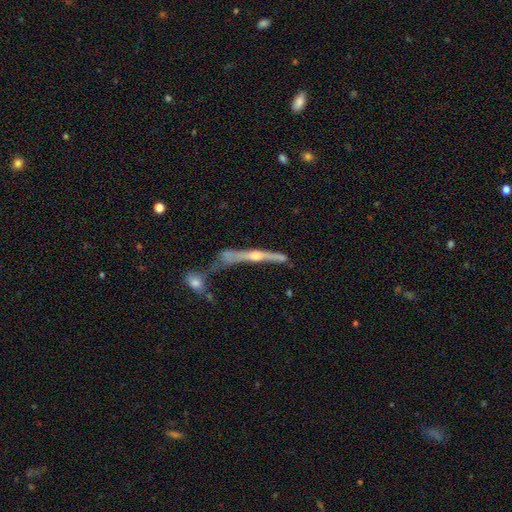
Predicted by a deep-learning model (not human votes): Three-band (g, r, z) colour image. It shows a featured or disk galaxy (77%) viewed edge-on (94%) with a rounded central bulge (84%). Merging: none (52%).